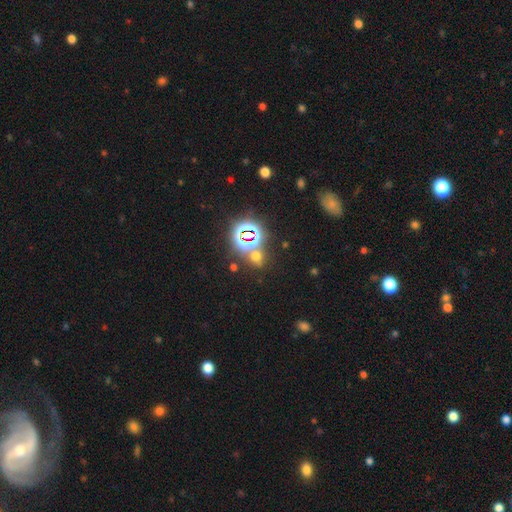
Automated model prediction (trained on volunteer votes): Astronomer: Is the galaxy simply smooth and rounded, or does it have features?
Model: star or artifact — 55% (runner-up: smooth, 37%).